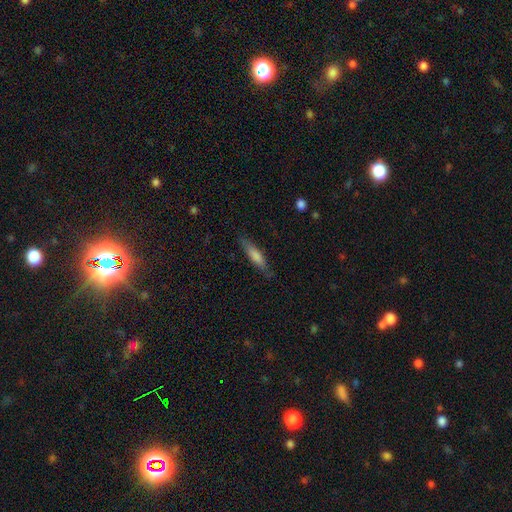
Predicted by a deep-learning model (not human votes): Smooth or featured? Predicted: smooth (p=0.70). How rounded? Predicted: cigar-shaped (p=0.79). Merging? Predicted: none (p=0.83).